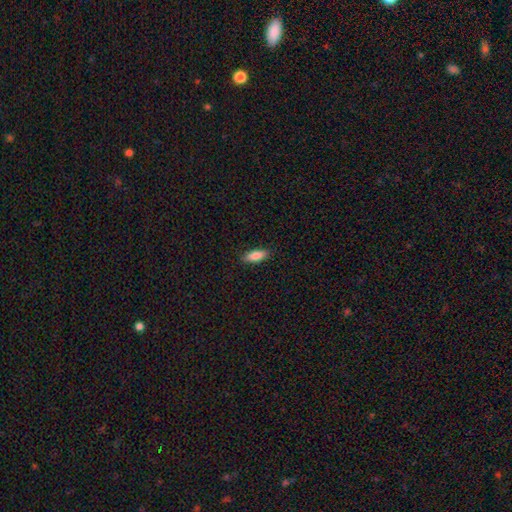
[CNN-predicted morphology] Smooth or featured? Predicted: smooth (p=0.85). How rounded? Predicted: in between (p=0.70). Merging? Predicted: none (p=0.89).